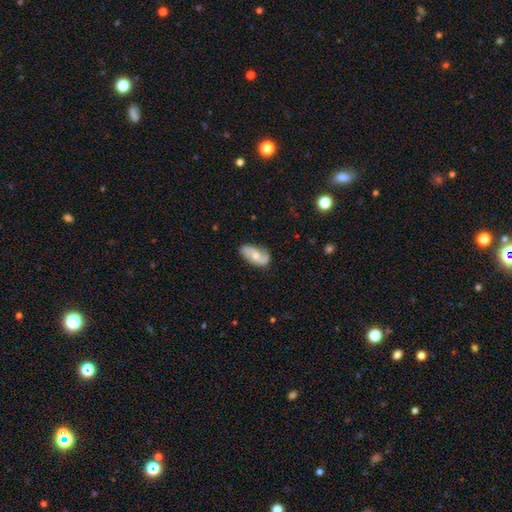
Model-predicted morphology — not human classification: featured or disk 65%, smooth 30%, star or artifact 6%. Down the decision tree: edge-on disk — no (95%); bar — no (58%); spiral arms — yes (92%); spiral arm count — 2 (87%); spiral winding — loose (51%); bulge size — moderate (58%); merging — none (75%).